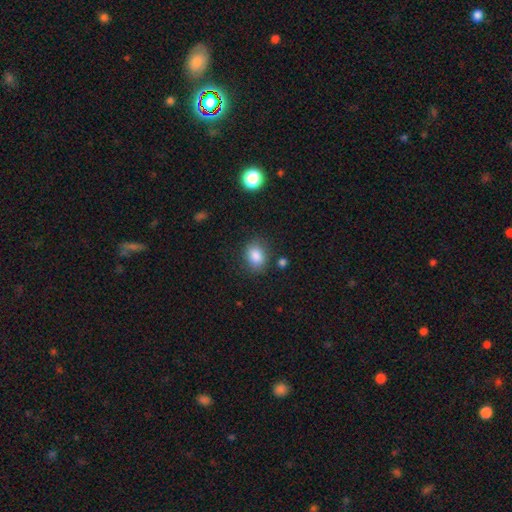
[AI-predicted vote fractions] The model was most divided on "how rounded": in between: 65%, round: 34%, cigar-shaped: 1%. More confident: smooth or featured — smooth (86%); merging — none (78%).